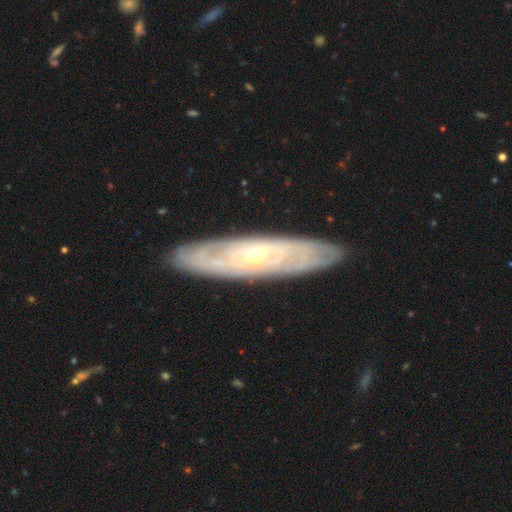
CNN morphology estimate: smooth_or_featured: featured or disk (p=0.81) [alt: smooth p=0.13]
disk_edge_on: no (p=0.66) [alt: yes p=0.34]
bar: no (p=0.71) [alt: weak p=0.22]
has_spiral_arms: yes (p=0.83) [alt: no p=0.17]
bulge_size: small (p=0.68) [alt: moderate p=0.29]
merging: none (p=0.87) [alt: minor disturbance p=0.09]